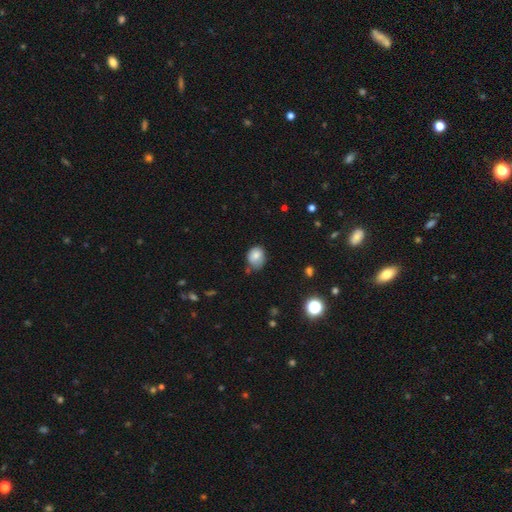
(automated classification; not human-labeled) smooth-or-featured: smooth: 79% | featured or disk: 11% | star or artifact: 10%
  how-rounded: round: 51% | in between: 48% | cigar-shaped: 1%
  merging: none: 53% | minor disturbance: 34% | major disturbance: 8% | merger: 5%